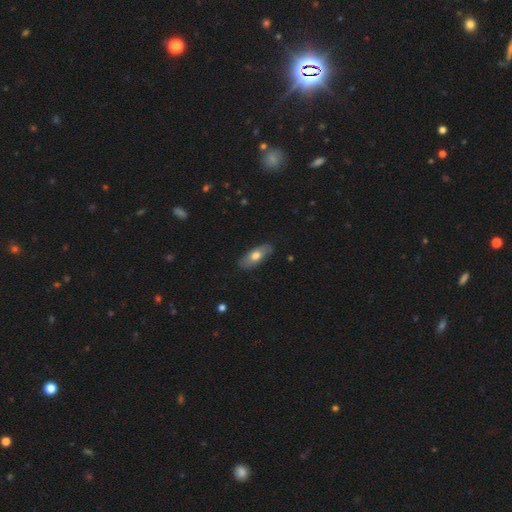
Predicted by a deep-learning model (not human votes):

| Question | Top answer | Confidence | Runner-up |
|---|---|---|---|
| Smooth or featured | smooth | 64% | featured or disk (31%) |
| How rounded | in between | 80% | cigar-shaped (17%) |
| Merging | none | 84% | minor disturbance (12%) |